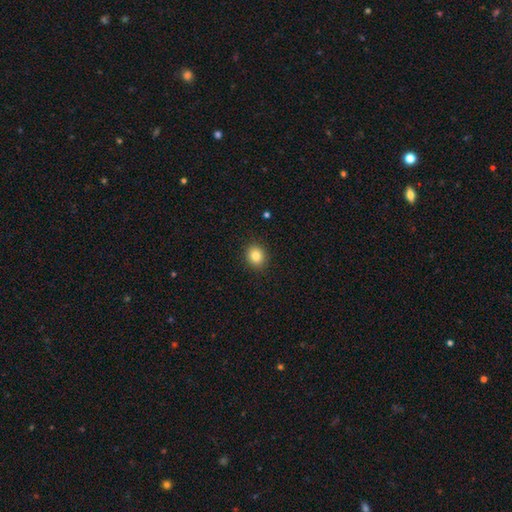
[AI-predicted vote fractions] Smooth or featured: smooth — 84% (star or artifact — 10%)
How rounded: round — 70% (in between — 29%)
Merging: none — 90% (minor disturbance — 7%)